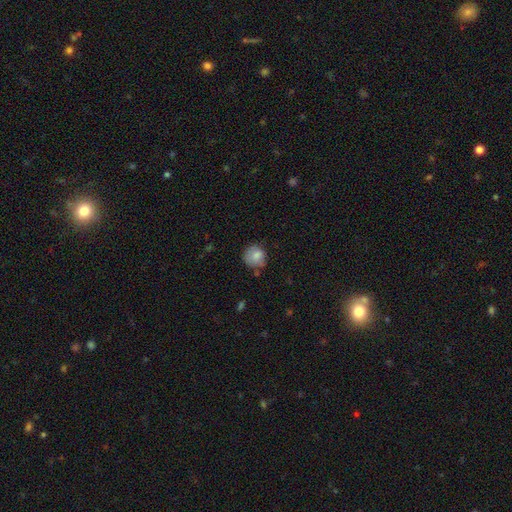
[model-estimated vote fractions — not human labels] smooth_or_featured: smooth (p=0.81) [alt: featured or disk p=0.11]
how_rounded: round (p=0.84) [alt: in between p=0.15]
merging: none (p=0.64) [alt: minor disturbance p=0.26]